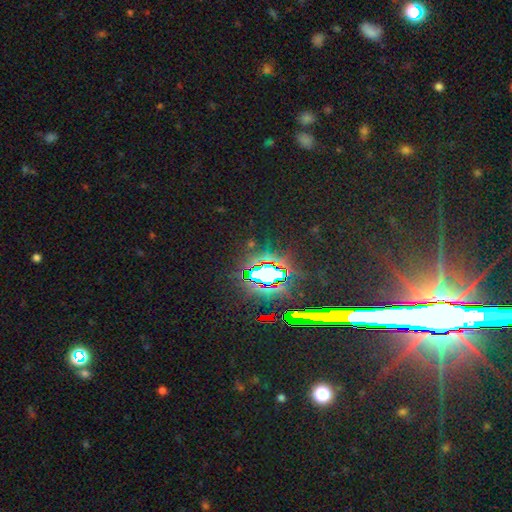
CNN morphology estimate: Q: Smooth or featured?
A: star or artifact (82%); runner-up: smooth (9%)